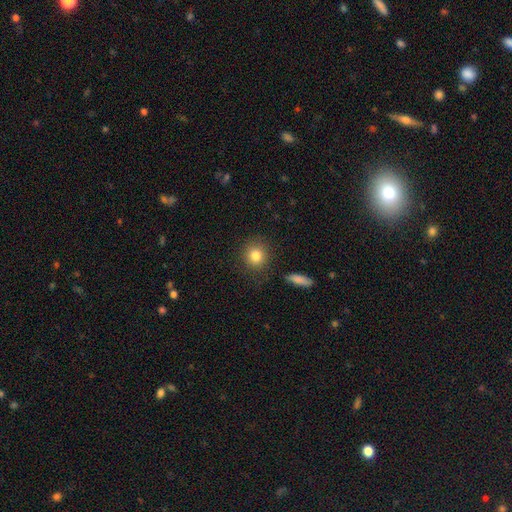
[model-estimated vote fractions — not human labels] smooth_or_featured: smooth (p=0.83) [alt: star or artifact p=0.10]
how_rounded: round (p=0.87) [alt: in between p=0.12]
merging: none (p=0.85) [alt: minor disturbance p=0.09]